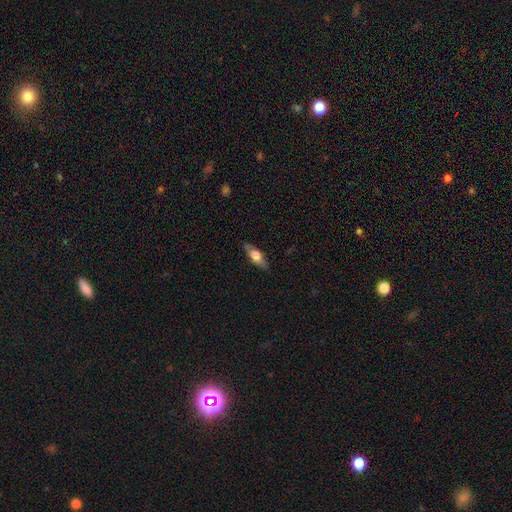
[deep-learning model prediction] Smooth or featured? smooth (57%)
How rounded? in between (66%)
Merging? none (83%)